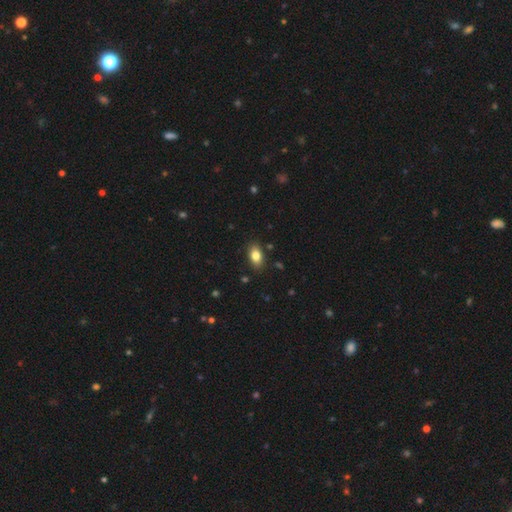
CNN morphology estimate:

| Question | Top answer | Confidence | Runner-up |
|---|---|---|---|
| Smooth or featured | smooth | 82% | featured or disk (9%) |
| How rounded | in between | 89% | round (8%) |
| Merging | none | 86% | minor disturbance (10%) |